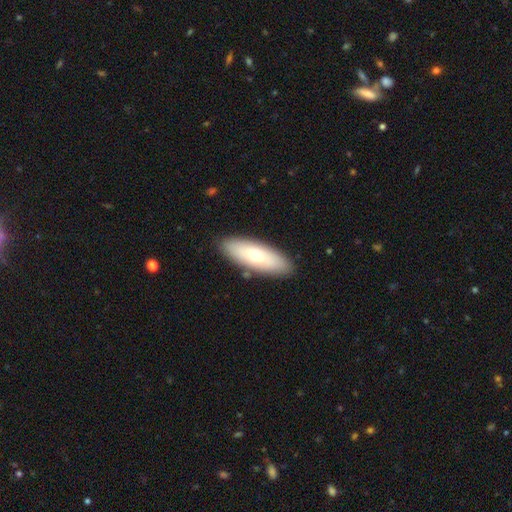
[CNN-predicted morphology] Overall: smooth (64%; featured or disk 30%). How rounded: in between (70%). Merging: none (89%).